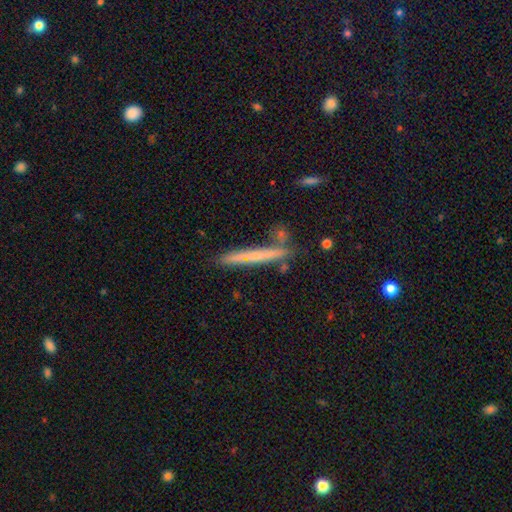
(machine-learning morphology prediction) Smooth or featured: featured or disk — 55% (smooth — 38%)
Edge-on disk: yes — 93% (no — 7%)
Edge-on bulge: rounded — 50% (none — 45%)
Merging: none — 76% (minor disturbance — 15%)